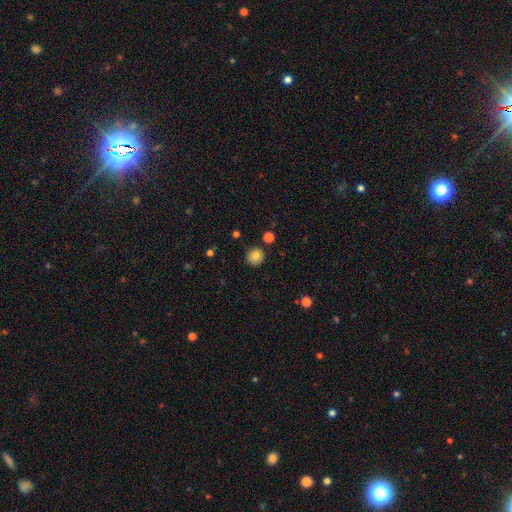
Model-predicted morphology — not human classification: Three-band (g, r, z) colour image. It shows a smooth galaxy with no disk features (80%) that is round (91%). Merging: none (87%).